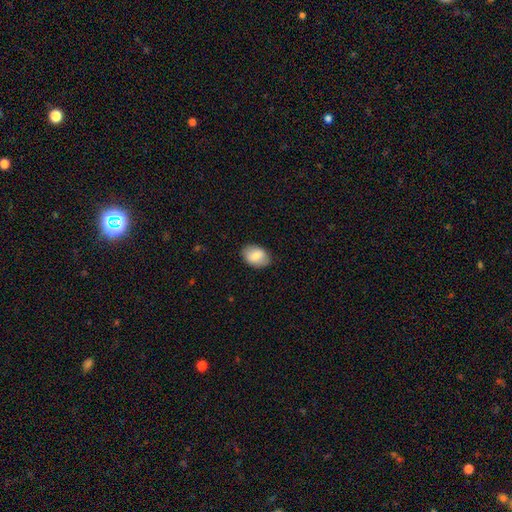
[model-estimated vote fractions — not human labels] Smooth or featured: smooth — 79% (featured or disk — 14%)
How rounded: in between — 82% (round — 17%)
Merging: none — 83% (minor disturbance — 13%)